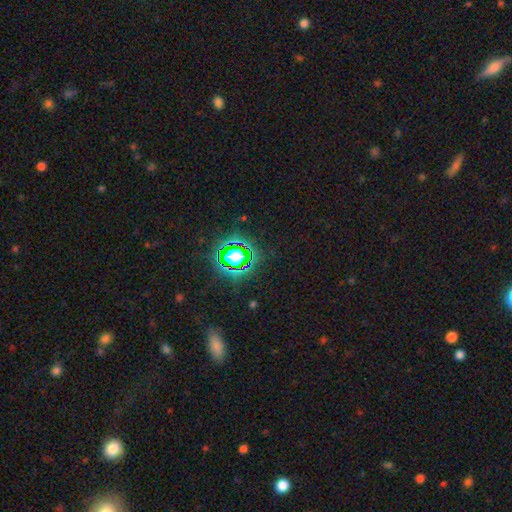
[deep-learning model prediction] This appears to be a star or artifact, not a galaxy (76%).